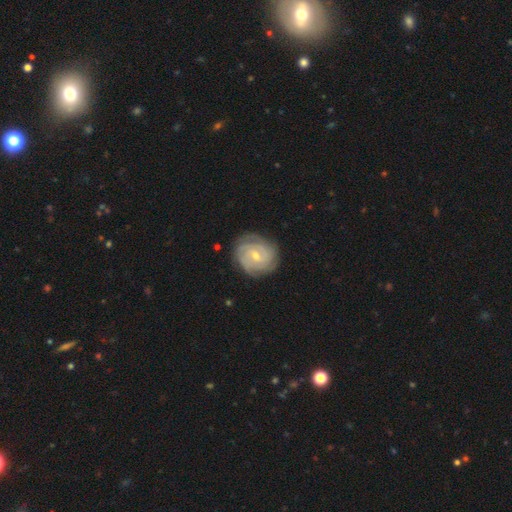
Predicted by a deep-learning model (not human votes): A featured or disk galaxy (84%) with a weak bar (49%), tight (78%) spiral arms (96%) and a small central bulge (55%).

Vote fractions:
- Smooth or featured? featured or disk: 84% / smooth: 11% / star or artifact: 5%
- Edge-on disk? no: 98% / yes: 2%
- Bar? weak: 49% / no: 40% / strong: 11%
- Spiral arms? yes: 96% / no: 4%
- Spiral winding? tight: 78% / medium: 18% / loose: 4%
- Spiral arm count? can't tell: 30% / 3: 23% / 2: 22% / 4: 14% / more than 4: 6% / 1: 6%
- Bulge size? small: 55% / moderate: 42% / large: 1% / none: 1% / dominant: 1%
- Merging? none: 82% / minor disturbance: 13% / major disturbance: 4% / merger: 1%